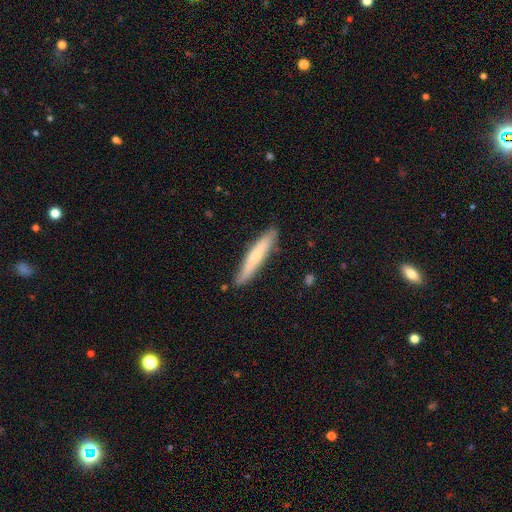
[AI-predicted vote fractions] Smooth or featured: smooth — 60% (featured or disk — 34%)
How rounded: cigar-shaped — 92% (in between — 7%)
Merging: none — 83% (minor disturbance — 13%)